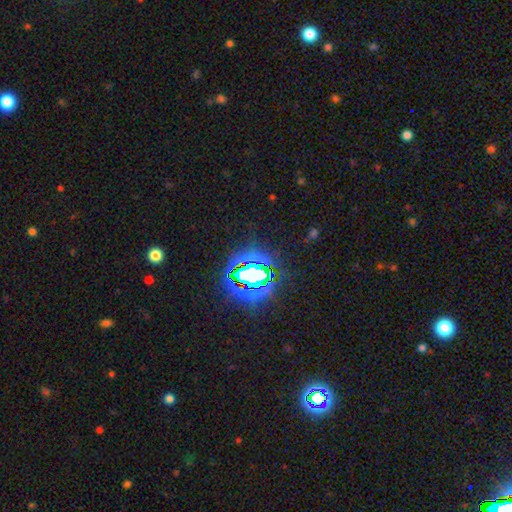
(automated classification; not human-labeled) A star or artifact, not a galaxy (84%).